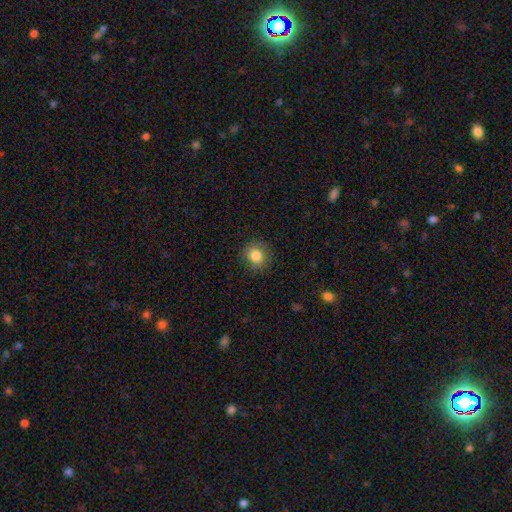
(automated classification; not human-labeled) Morphology: type=smooth (84%); roundness=round (83%); merging=none (86%).